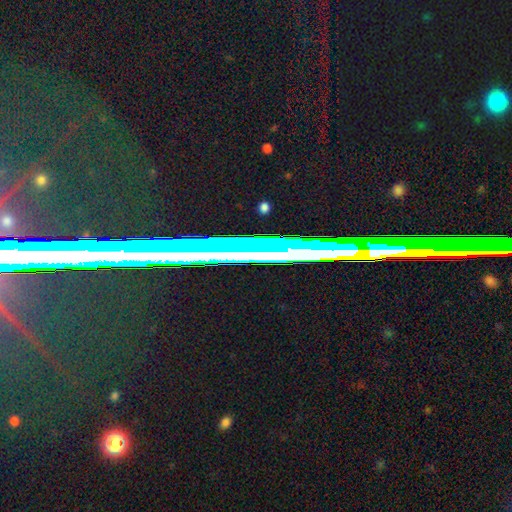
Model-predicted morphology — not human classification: smooth-or-featured: star or artifact: 75% | featured or disk: 15% | smooth: 10%